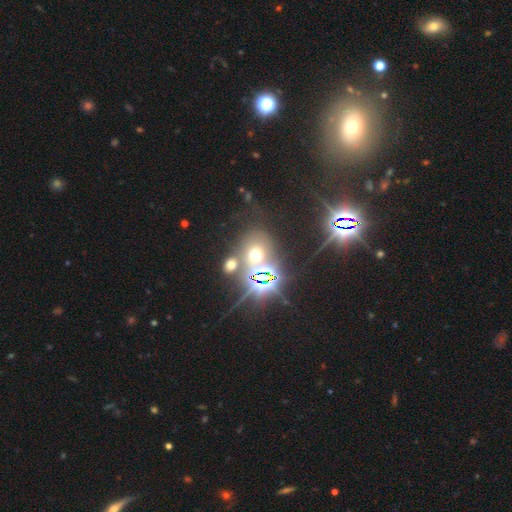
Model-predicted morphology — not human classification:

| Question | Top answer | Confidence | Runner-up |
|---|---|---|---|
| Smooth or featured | star or artifact | 44% | smooth (41%) |